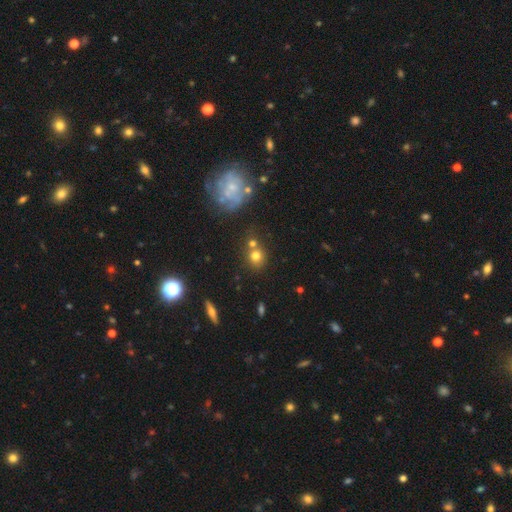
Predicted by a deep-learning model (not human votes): Q: Smooth or featured?
A: smooth (71%); runner-up: star or artifact (16%)
Q: How rounded?
A: round (81%); runner-up: in between (18%)
Q: Merging?
A: none (58%); runner-up: merger (26%)